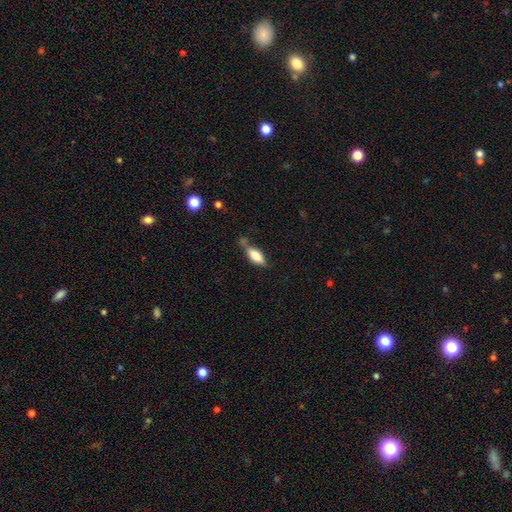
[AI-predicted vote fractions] Q: Smooth or featured?
A: smooth (72%); runner-up: featured or disk (21%)
Q: How rounded?
A: in between (77%); runner-up: cigar-shaped (20%)
Q: Merging?
A: none (54%); runner-up: minor disturbance (25%)